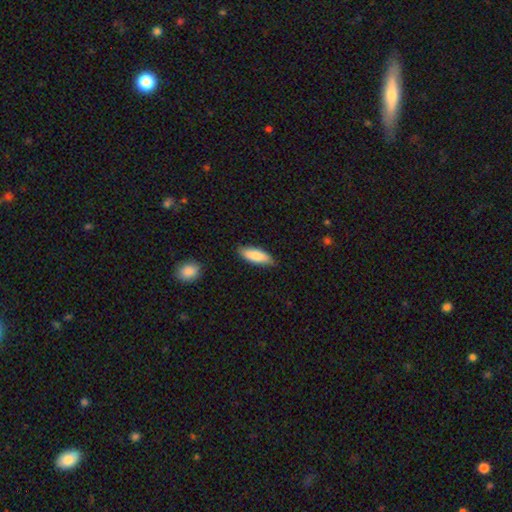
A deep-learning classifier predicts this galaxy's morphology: A smooth galaxy with no disk features (85%) that is in between round and cigar-shaped (66%). Merging: none (83%).